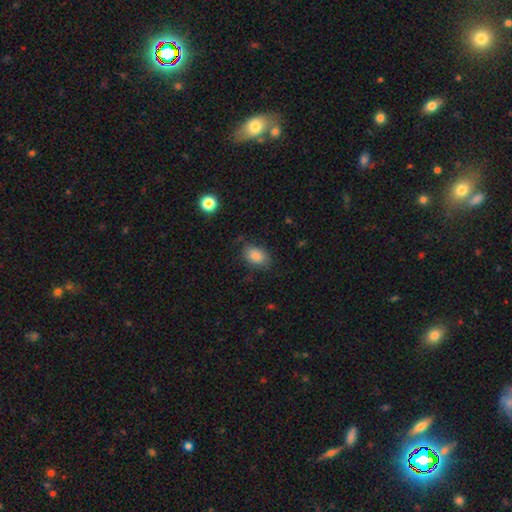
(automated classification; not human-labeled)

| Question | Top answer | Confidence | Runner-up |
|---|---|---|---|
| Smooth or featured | smooth | 84% | star or artifact (9%) |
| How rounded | in between | 83% | round (16%) |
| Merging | none | 75% | minor disturbance (18%) |